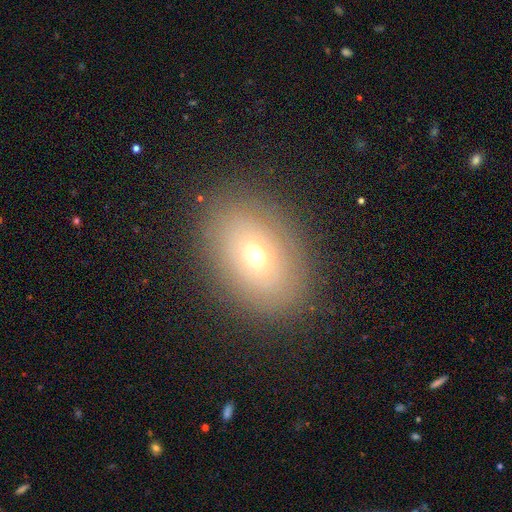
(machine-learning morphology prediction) Q: Smooth or featured?
A: smooth (62%); runner-up: featured or disk (24%)
Q: How rounded?
A: in between (77%); runner-up: round (22%)
Q: Merging?
A: none (85%); runner-up: minor disturbance (10%)